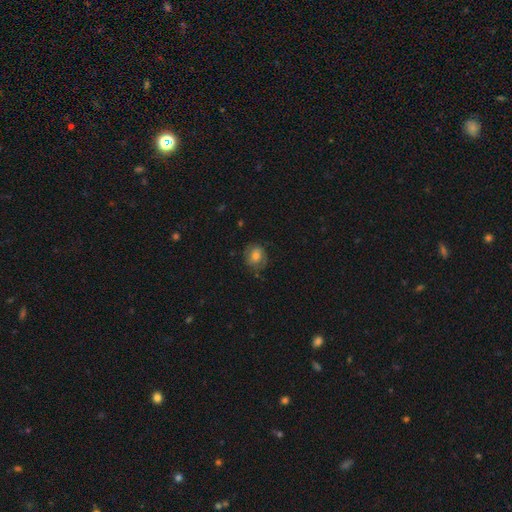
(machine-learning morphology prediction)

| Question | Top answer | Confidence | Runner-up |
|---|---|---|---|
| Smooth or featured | smooth | 62% | featured or disk (28%) |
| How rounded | round | 71% | in between (28%) |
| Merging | none | 69% | minor disturbance (21%) |